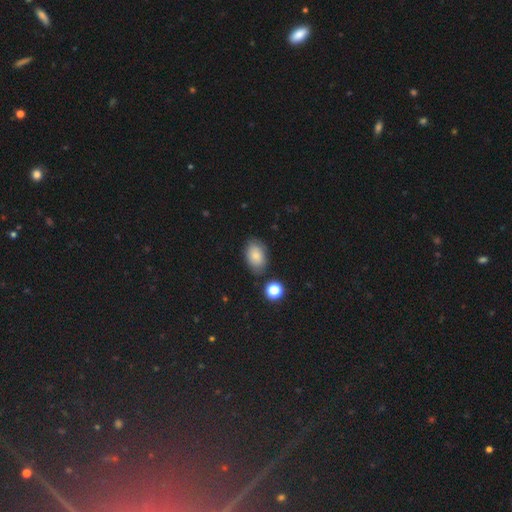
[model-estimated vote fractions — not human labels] Smooth or featured: smooth — 81% (featured or disk — 10%)
How rounded: in between — 87% (round — 12%)
Merging: none — 77% (minor disturbance — 15%)